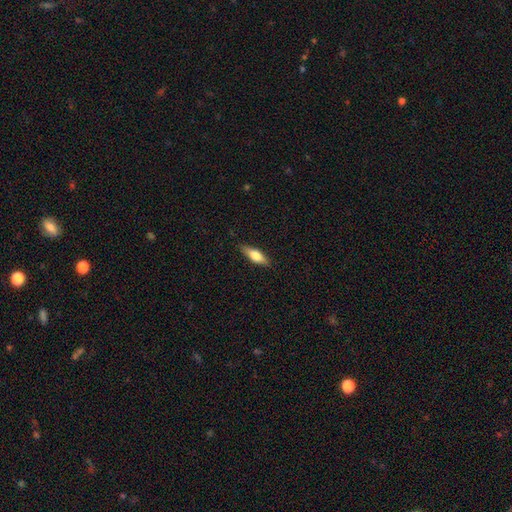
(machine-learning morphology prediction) Smooth or featured: smooth — 59% (featured or disk — 34%)
How rounded: in between — 52% (cigar-shaped — 46%)
Merging: none — 85% (minor disturbance — 12%)